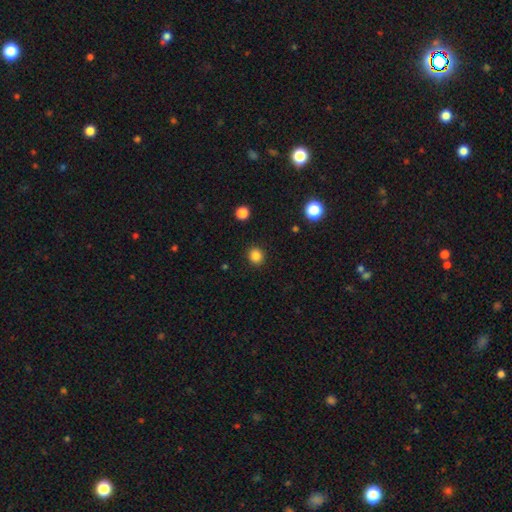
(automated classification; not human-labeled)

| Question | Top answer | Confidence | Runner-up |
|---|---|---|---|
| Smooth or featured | smooth | 85% | star or artifact (12%) |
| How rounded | round | 86% | in between (14%) |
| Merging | none | 91% | minor disturbance (6%) |